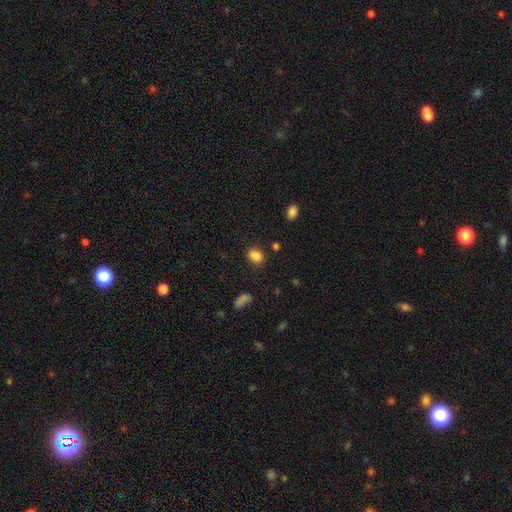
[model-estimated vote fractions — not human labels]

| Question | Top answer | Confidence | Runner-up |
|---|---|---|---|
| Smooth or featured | smooth | 85% | star or artifact (10%) |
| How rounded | in between | 58% | round (41%) |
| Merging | none | 80% | minor disturbance (13%) |